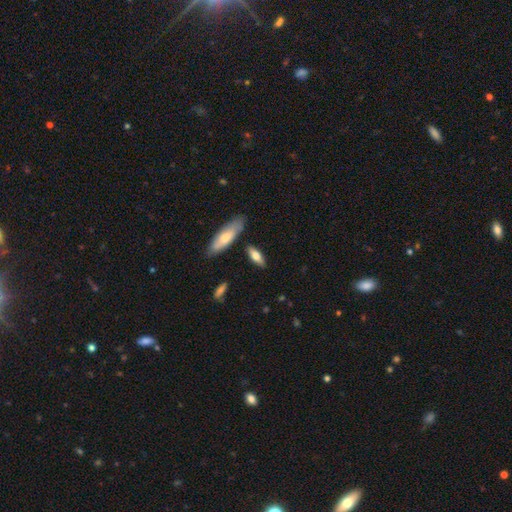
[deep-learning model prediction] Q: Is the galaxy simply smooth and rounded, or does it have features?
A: smooth — 66%.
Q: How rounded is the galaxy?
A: in between — 54%.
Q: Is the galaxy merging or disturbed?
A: none — 80%.